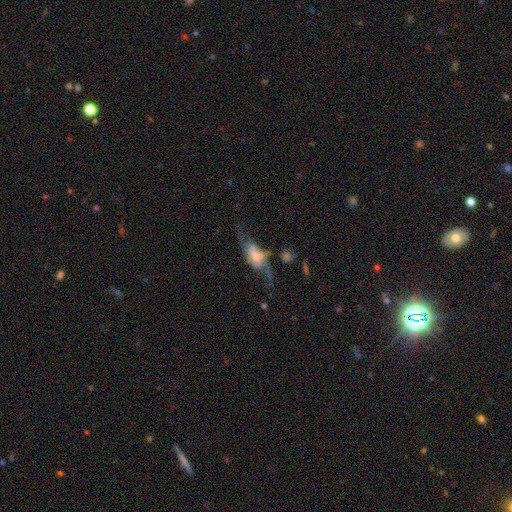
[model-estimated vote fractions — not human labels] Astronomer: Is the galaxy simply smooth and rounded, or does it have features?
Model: featured or disk — 62%.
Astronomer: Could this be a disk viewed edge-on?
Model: no — 81%.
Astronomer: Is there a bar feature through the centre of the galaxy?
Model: no — 53% (runner-up: weak, 33%).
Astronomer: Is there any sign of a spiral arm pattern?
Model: yes — 76%.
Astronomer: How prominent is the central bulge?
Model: none — 27% (runner-up: large, 24%).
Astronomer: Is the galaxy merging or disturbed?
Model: major disturbance — 39% (runner-up: none, 29%).